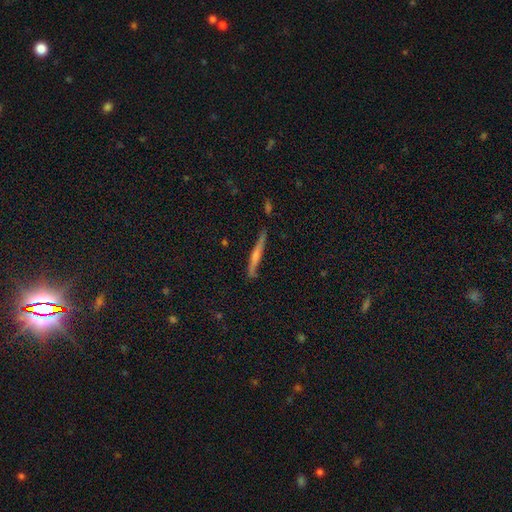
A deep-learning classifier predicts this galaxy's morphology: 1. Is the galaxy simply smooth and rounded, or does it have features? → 60% featured or disk, 25% smooth, 14% star or artifact.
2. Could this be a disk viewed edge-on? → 93% yes, 7% no.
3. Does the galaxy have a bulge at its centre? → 69% rounded, 21% none, 10% boxy.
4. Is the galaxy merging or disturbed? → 83% none, 12% minor disturbance, 3% major disturbance, 2% merger.